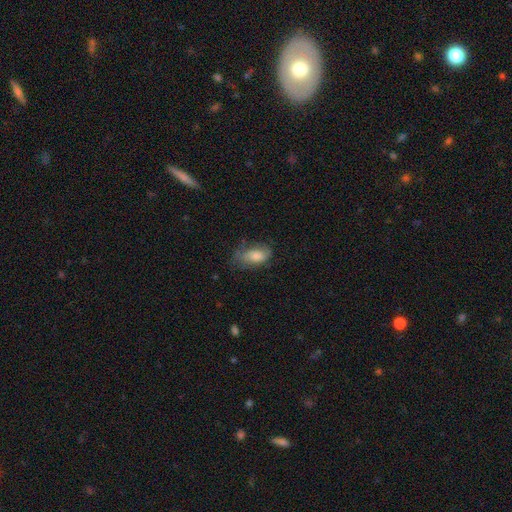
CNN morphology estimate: smooth 72%, featured or disk 19%, star or artifact 8%. Down the decision tree: how rounded — in between (89%); merging — none (50%).